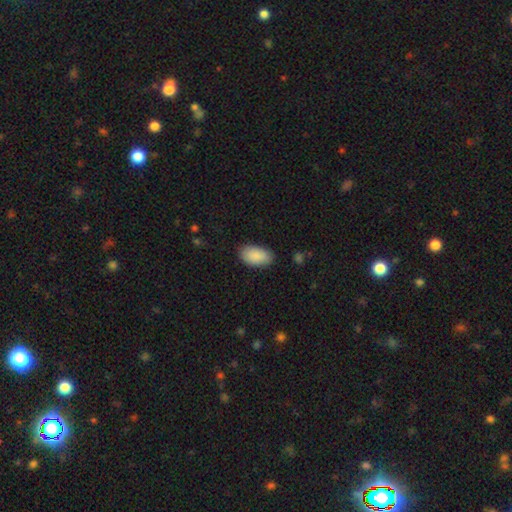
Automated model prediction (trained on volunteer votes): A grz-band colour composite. It shows a smooth galaxy with no disk features (90%) that is in between round and cigar-shaped (95%). Merging: none (84%).